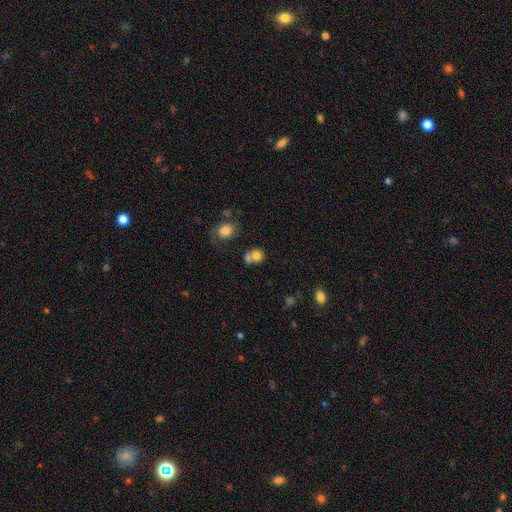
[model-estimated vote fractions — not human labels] Smooth or featured?
  - smooth: 76% *
  - featured or disk: 12%
  - star or artifact: 12%
How rounded?
  - round: 74% *
  - in between: 25%
  - cigar-shaped: 1%
Merging?
  - merger: 43% *
  - none: 41%
  - minor disturbance: 11%
  - major disturbance: 5%